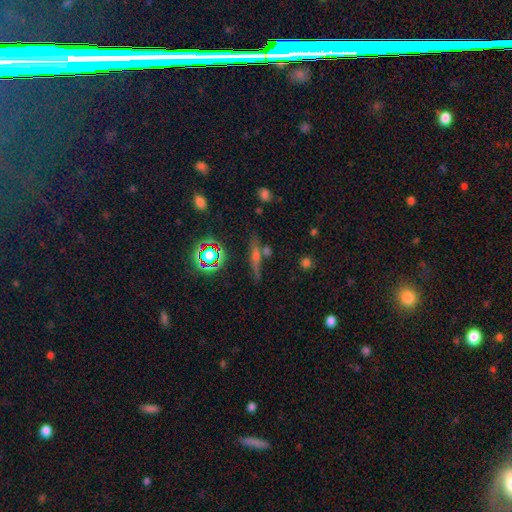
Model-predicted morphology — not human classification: Overall: featured or disk (41%; smooth 32%). Merging: none (75%).